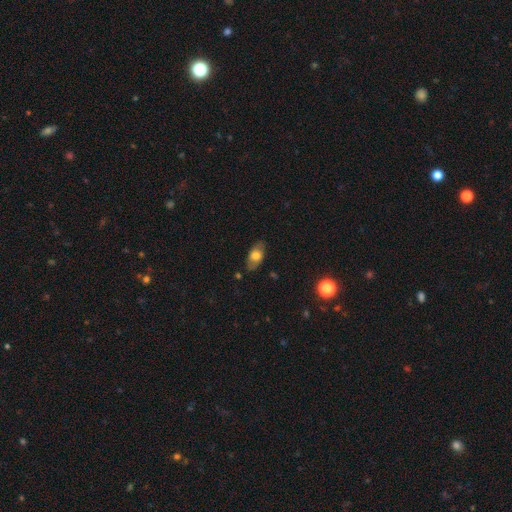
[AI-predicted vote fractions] This is likely a smooth galaxy (66%). How rounded: clearly in between (89%). Merging: likely none (79%).